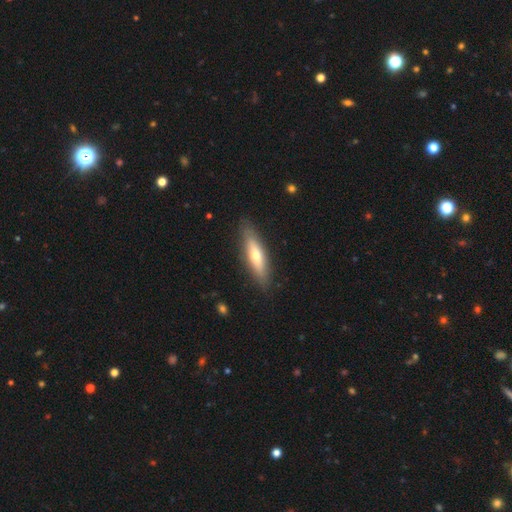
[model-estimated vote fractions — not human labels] This is possibly a smooth galaxy (53%). How rounded: likely cigar-shaped (72%). Merging: clearly none (87%).